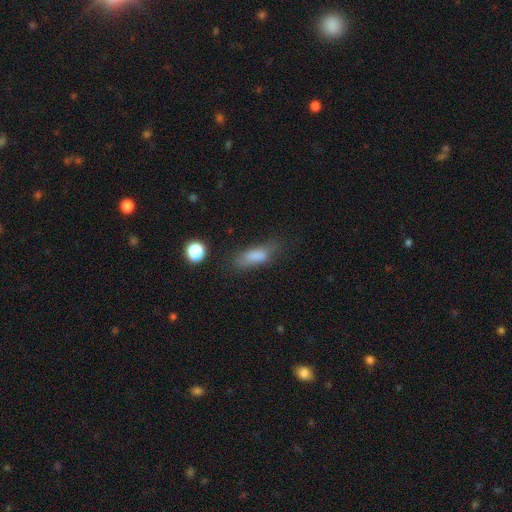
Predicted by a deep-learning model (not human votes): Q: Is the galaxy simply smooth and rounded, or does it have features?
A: smooth — 74%.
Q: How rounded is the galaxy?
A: in between — 54%.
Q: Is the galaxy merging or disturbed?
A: none — 61%.